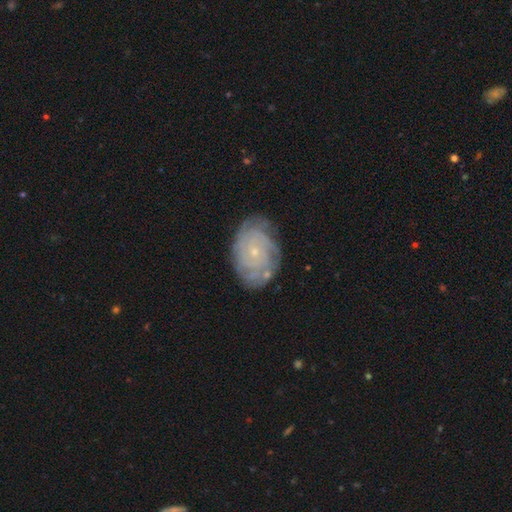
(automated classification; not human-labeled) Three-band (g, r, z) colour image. It shows a featured or disk galaxy (70%) with no bar (81%), tight (78%) spiral arms (92%) and a small central bulge (81%). Merging: none (82%).